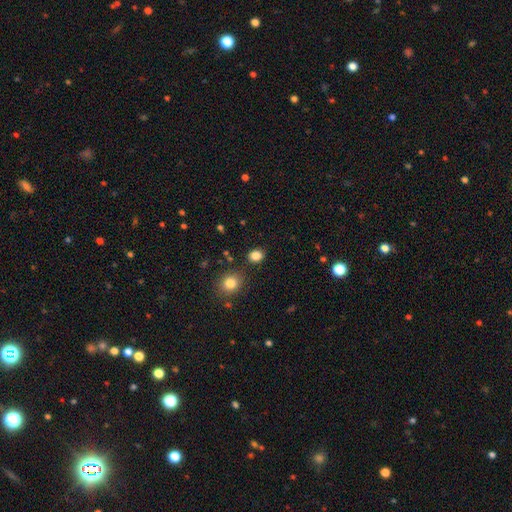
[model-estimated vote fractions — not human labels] smooth-or-featured: smooth: 85% | star or artifact: 11% | featured or disk: 4%
  how-rounded: round: 55% | in between: 44% | cigar-shaped: 1%
  merging: none: 84% | minor disturbance: 9% | merger: 4% | major disturbance: 3%